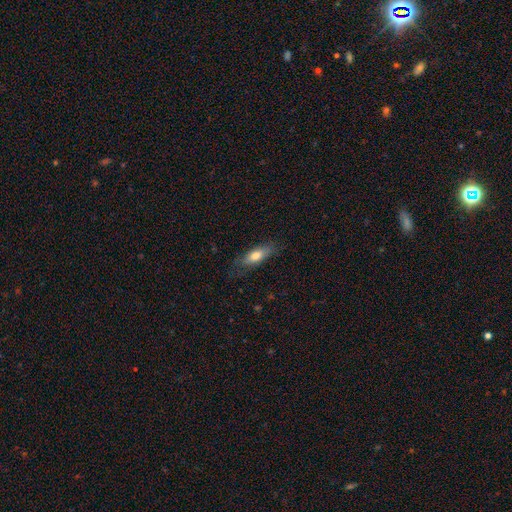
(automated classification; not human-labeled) smooth-or-featured: smooth: 71% | featured or disk: 22% | star or artifact: 6%
  how-rounded: in between: 63% | cigar-shaped: 34% | round: 2%
  merging: none: 74% | minor disturbance: 19% | major disturbance: 5% | merger: 1%